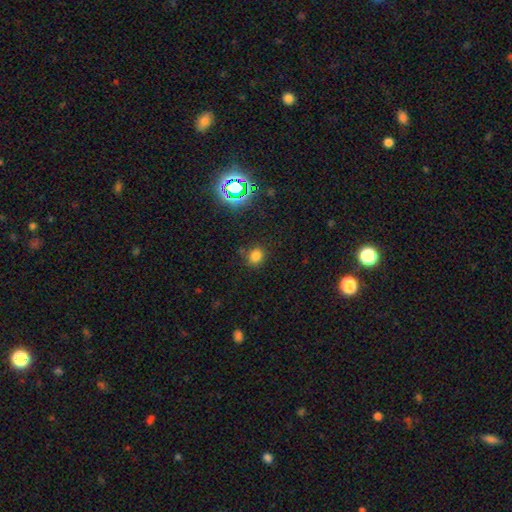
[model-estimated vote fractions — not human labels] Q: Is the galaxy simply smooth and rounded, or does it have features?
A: smooth — 75%.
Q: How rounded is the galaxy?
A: round — 79%.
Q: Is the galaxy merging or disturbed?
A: none — 83%.